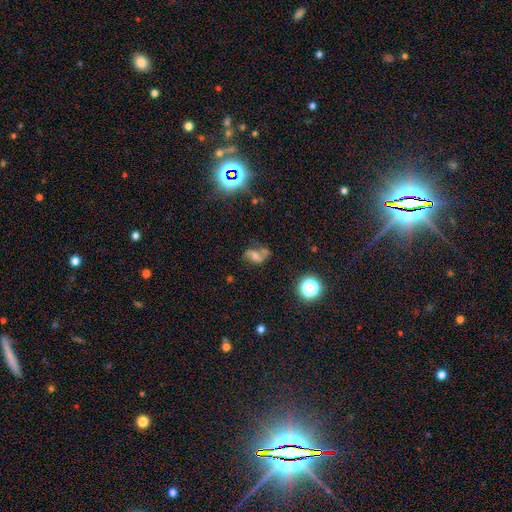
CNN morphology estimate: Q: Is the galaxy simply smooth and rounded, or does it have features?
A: featured or disk — 51%.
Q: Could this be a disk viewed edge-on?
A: no — 96%.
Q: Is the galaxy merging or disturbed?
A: none — 44%.